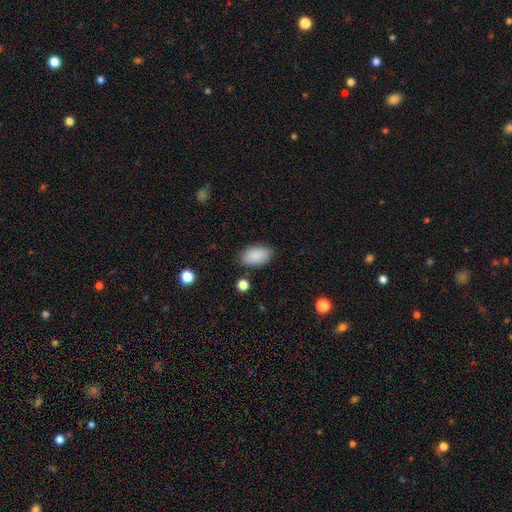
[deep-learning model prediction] Q: Smooth or featured?
A: smooth (89%); runner-up: star or artifact (7%)
Q: How rounded?
A: in between (94%); runner-up: round (4%)
Q: Merging?
A: none (85%); runner-up: minor disturbance (10%)